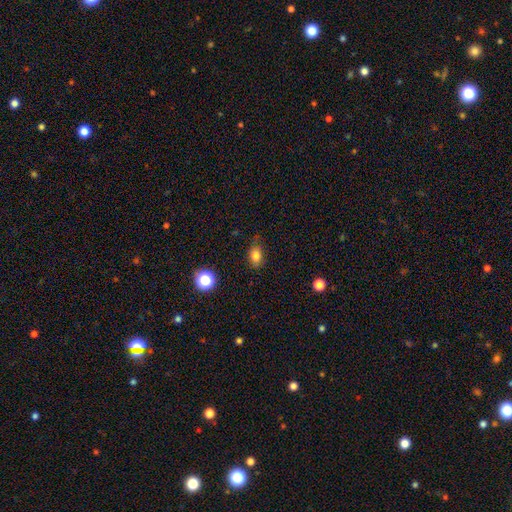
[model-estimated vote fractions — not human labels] The model was most divided on "how rounded": in between: 74%, round: 24%, cigar-shaped: 2%. More confident: smooth or featured — smooth (81%); merging — none (73%).